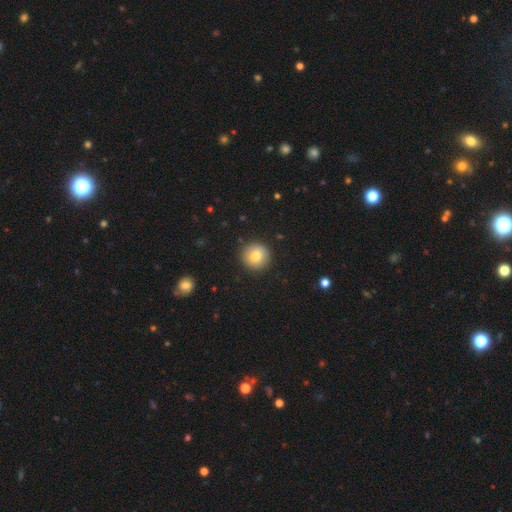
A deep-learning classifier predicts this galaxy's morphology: A smooth galaxy with no disk features (82%) that is round (95%). Merging: none (91%).